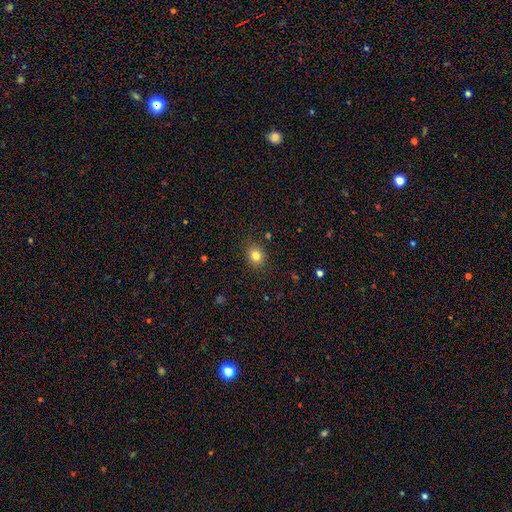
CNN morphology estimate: A smooth galaxy with no disk features (82%) that is round (61%).

Vote fractions:
- Smooth or featured? smooth: 82% / star or artifact: 12% / featured or disk: 7%
- How rounded? round: 61% / in between: 38% / cigar-shaped: 1%
- Merging? none: 87% / minor disturbance: 9% / major disturbance: 3% / merger: 1%